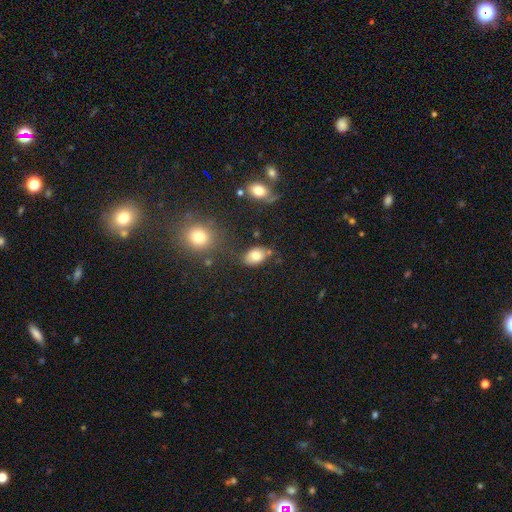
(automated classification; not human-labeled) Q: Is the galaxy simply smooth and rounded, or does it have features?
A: smooth — 78%.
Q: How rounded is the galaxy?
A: in between — 80%.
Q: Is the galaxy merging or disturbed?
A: none — 73%.